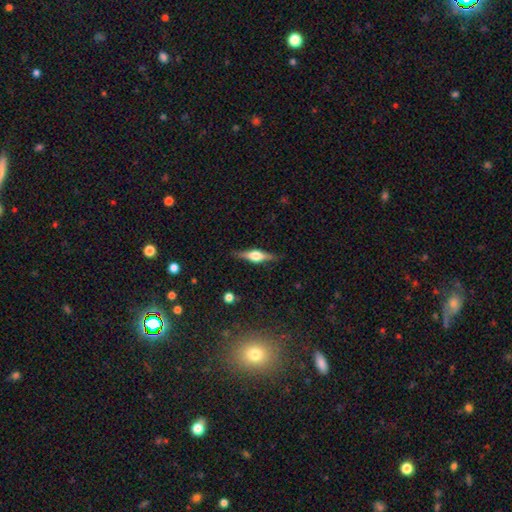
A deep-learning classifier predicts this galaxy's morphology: A featured or disk galaxy (69%) viewed edge-on (97%) with a rounded central bulge (90%).

Vote fractions:
- Smooth or featured? featured or disk: 69% / smooth: 24% / star or artifact: 7%
- Edge-on disk? yes: 97% / no: 3%
- Edge-on bulge? rounded: 90% / boxy: 8% / none: 2%
- Merging? none: 86% / minor disturbance: 10% / major disturbance: 2% / merger: 1%